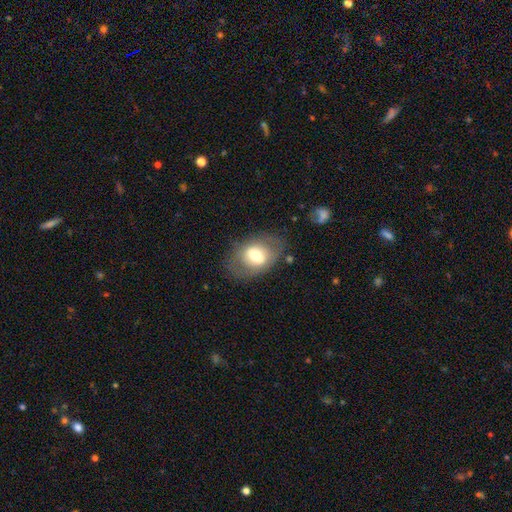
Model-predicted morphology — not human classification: Smooth or featured?
  - smooth: 57% *
  - featured or disk: 34%
  - star or artifact: 8%
How rounded?
  - in between: 77% *
  - round: 22%
  - cigar-shaped: 1%
Merging?
  - none: 71% *
  - minor disturbance: 17%
  - major disturbance: 9%
  - merger: 2%